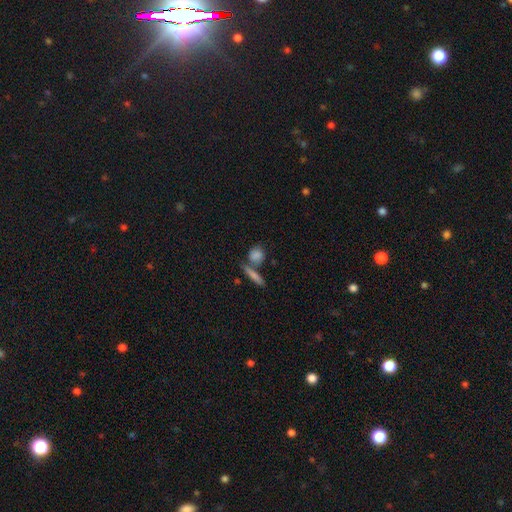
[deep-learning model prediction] smooth-or-featured: smooth: 81% | featured or disk: 10% | star or artifact: 9%
  how-rounded: round: 51% | in between: 34% | cigar-shaped: 16%
  merging: none: 57% | merger: 28% | minor disturbance: 10% | major disturbance: 4%